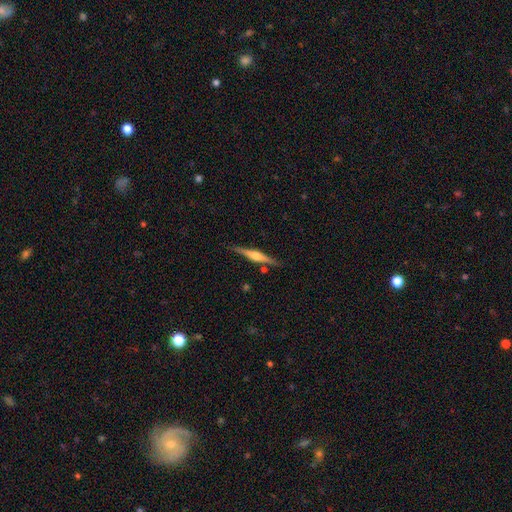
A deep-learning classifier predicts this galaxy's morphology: Q: Smooth or featured?
A: featured or disk (74%); runner-up: smooth (20%)
Q: Edge-on disk?
A: yes (98%); runner-up: no (2%)
Q: Edge-on bulge?
A: rounded (86%); runner-up: boxy (10%)
Q: Merging?
A: none (86%); runner-up: minor disturbance (9%)